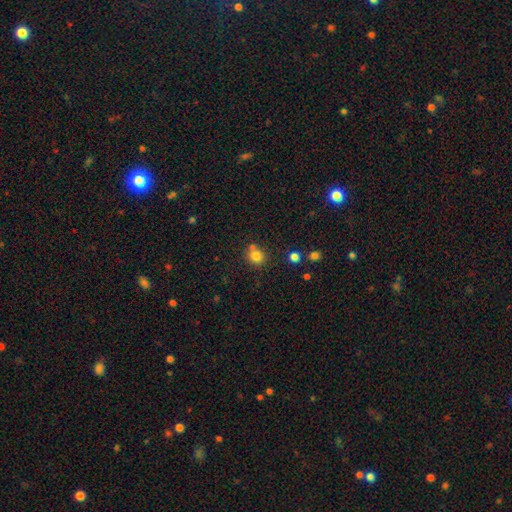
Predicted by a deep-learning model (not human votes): A smooth galaxy with no disk features (80%) that is round (82%).

Vote fractions:
- Smooth or featured? smooth: 80% / star or artifact: 13% / featured or disk: 7%
- How rounded? round: 82% / in between: 17% / cigar-shaped: 1%
- Merging? none: 67% / merger: 19% / minor disturbance: 11% / major disturbance: 3%